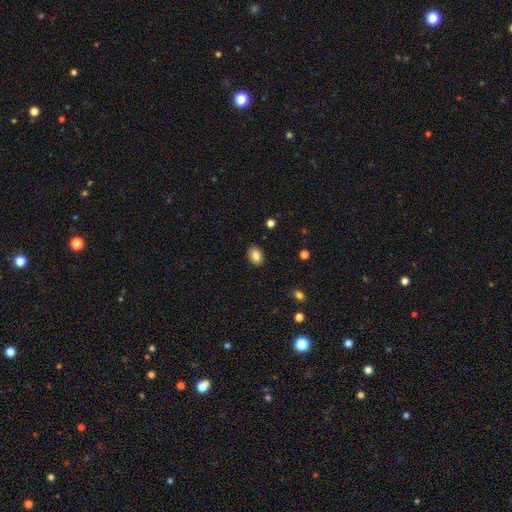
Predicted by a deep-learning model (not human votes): Smooth or featured? Predicted: smooth (p=0.86). How rounded? Predicted: in between (p=0.76). Merging? Predicted: none (p=0.88).